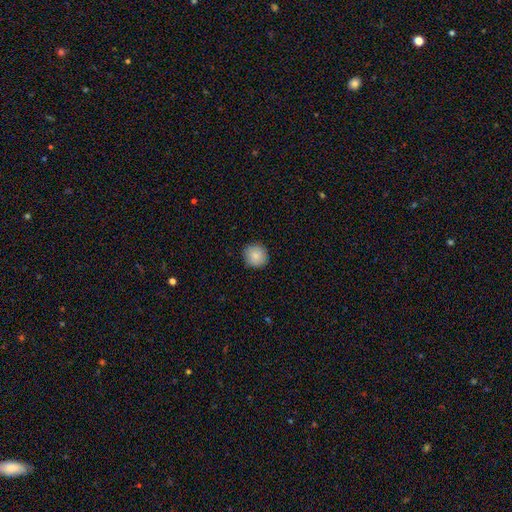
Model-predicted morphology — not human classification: Smooth or featured?
  - smooth: 84% *
  - featured or disk: 9%
  - star or artifact: 8%
How rounded?
  - round: 92% *
  - in between: 7%
  - cigar-shaped: 1%
Merging?
  - none: 88% *
  - minor disturbance: 9%
  - major disturbance: 2%
  - merger: 1%